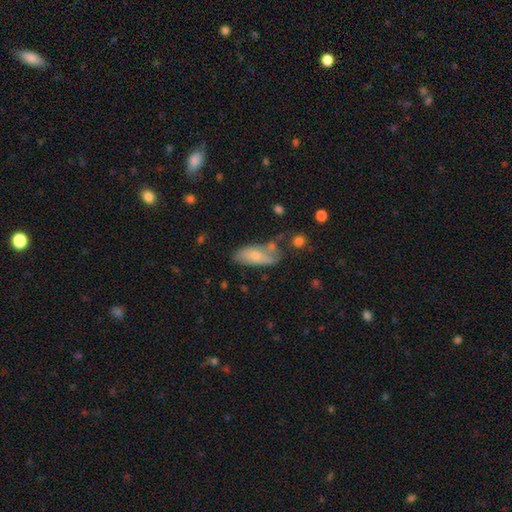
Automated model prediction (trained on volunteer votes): Smooth or featured? smooth (67%)
How rounded? in between (81%)
Merging? none (47%)